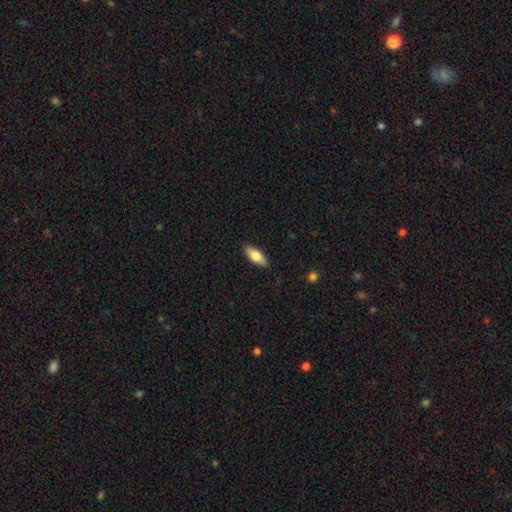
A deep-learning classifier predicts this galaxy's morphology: Smooth or featured? Predicted: smooth (p=0.75). How rounded? Predicted: in between (p=0.78). Merging? Predicted: none (p=0.86).